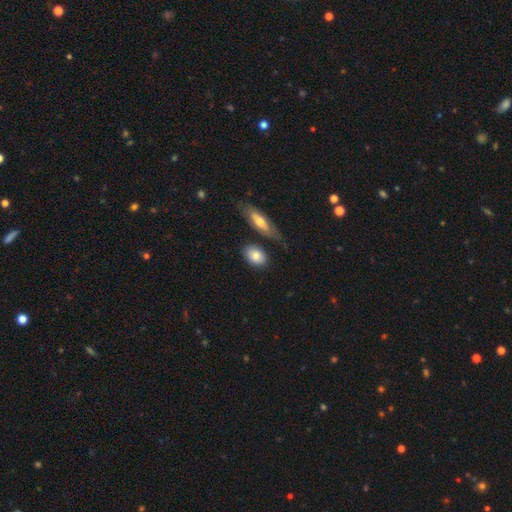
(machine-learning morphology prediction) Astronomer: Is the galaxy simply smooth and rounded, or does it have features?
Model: smooth — 78%.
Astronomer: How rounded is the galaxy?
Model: in between — 79%.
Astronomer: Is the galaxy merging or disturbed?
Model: none — 70%.